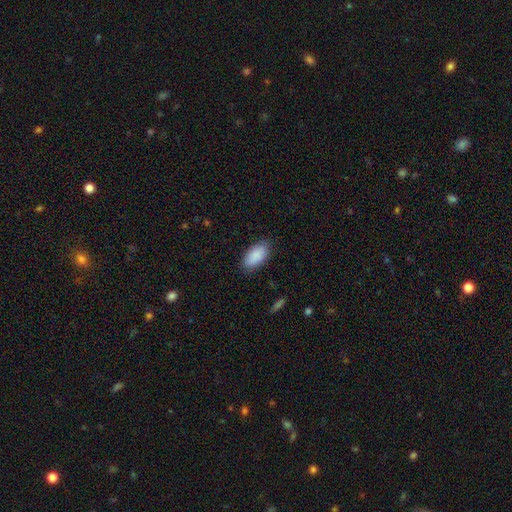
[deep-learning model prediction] A smooth galaxy with no disk features (90%) that is in between round and cigar-shaped (94%). Merging: none (85%).